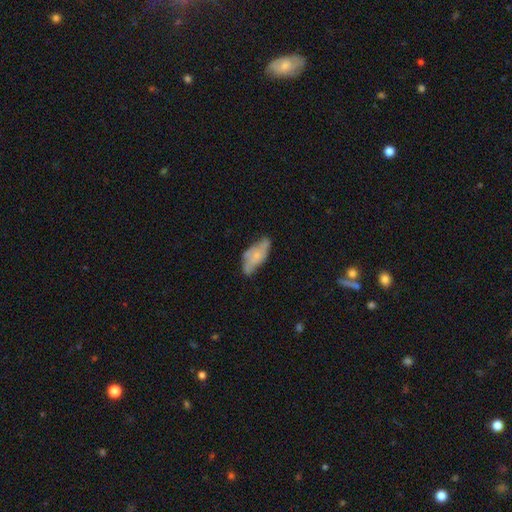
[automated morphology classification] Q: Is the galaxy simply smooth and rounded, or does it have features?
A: smooth — 50%.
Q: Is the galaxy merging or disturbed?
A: none — 52%.